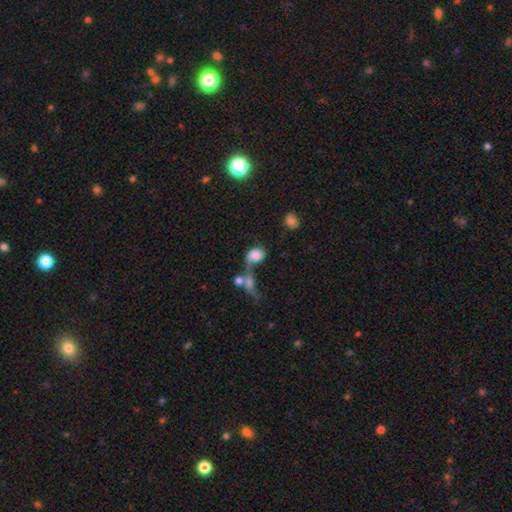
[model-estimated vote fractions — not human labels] This appears to be a smooth galaxy with no disk features (69%) that is in between round and cigar-shaped (57%). Merging: merger (48%).